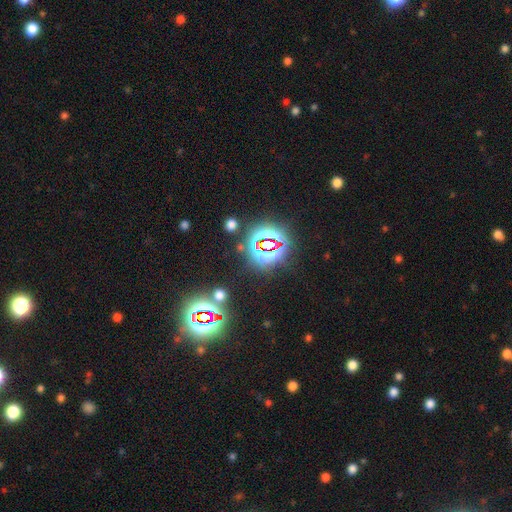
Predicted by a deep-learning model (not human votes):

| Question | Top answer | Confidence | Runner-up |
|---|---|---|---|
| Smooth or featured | star or artifact | 84% | smooth (10%) |